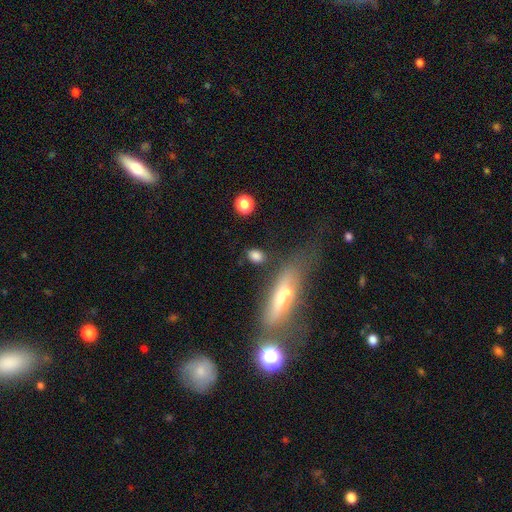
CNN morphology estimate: type=smooth (80%); roundness=in between (72%); merging=none (72%).